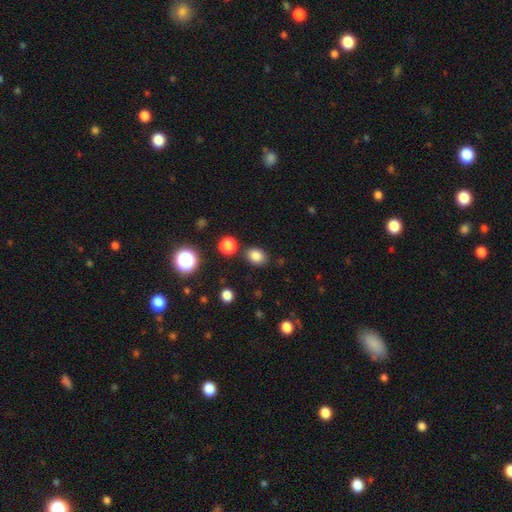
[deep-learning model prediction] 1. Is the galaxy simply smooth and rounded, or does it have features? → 82% smooth, 13% star or artifact, 5% featured or disk.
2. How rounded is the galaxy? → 60% in between, 39% round, 1% cigar-shaped.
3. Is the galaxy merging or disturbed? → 80% none, 11% minor disturbance, 6% merger, 3% major disturbance.